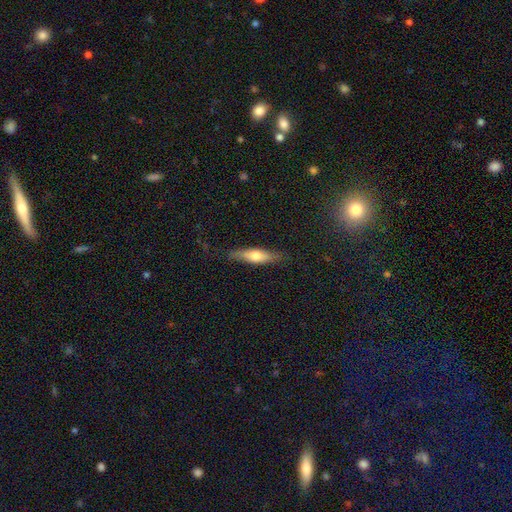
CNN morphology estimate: smooth 55%, featured or disk 39%, star or artifact 6%. Down the decision tree: how rounded — cigar-shaped (65%); merging — none (82%).